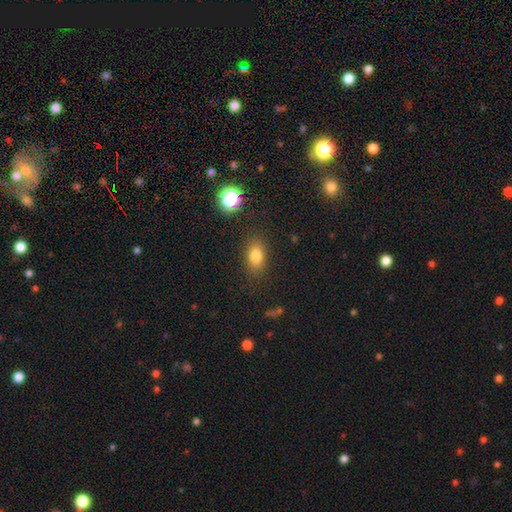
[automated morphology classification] The model was most divided on "how rounded": in between: 80%, round: 17%, cigar-shaped: 3%. More confident: merging — none (84%); smooth or featured — smooth (79%).